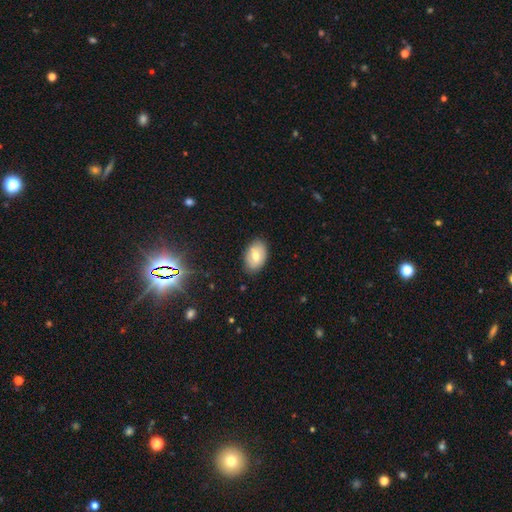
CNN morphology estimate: The model was most divided on "smooth or featured": smooth: 67%, featured or disk: 25%, star or artifact: 9%. More confident: how rounded — in between (86%); merging — none (84%).